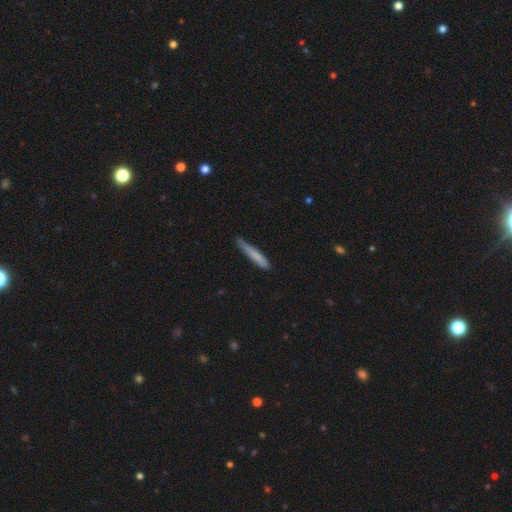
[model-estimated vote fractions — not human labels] Overall: smooth (76%). How rounded: cigar-shaped (95%). Merging: none (74%).